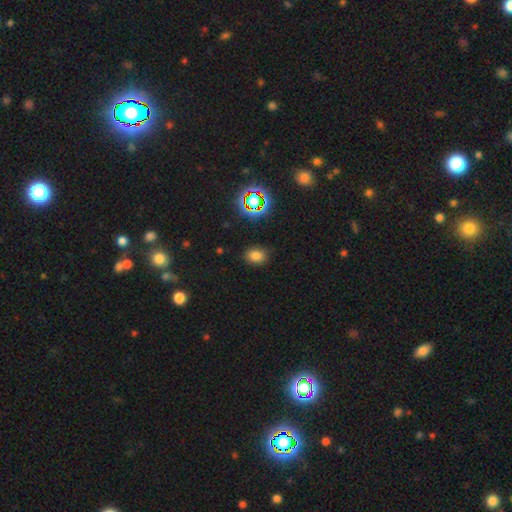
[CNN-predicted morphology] This is likely a smooth galaxy (75%). How rounded: likely in between (67%). Merging: clearly none (85%).